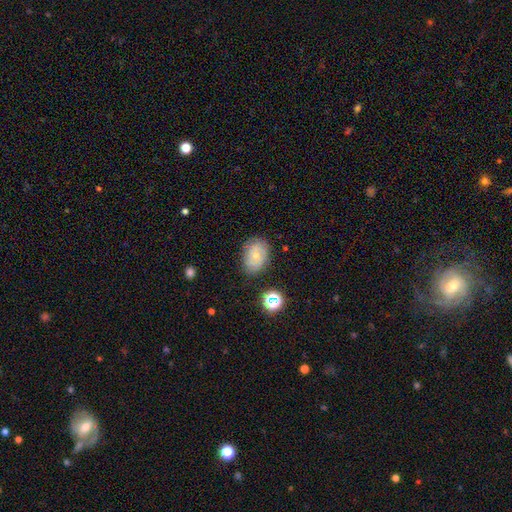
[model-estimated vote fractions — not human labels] smooth_or_featured: smooth (p=0.54) [alt: featured or disk p=0.34]
how_rounded: in between (p=0.74) [alt: round p=0.25]
merging: none (p=0.74) [alt: minor disturbance p=0.19]